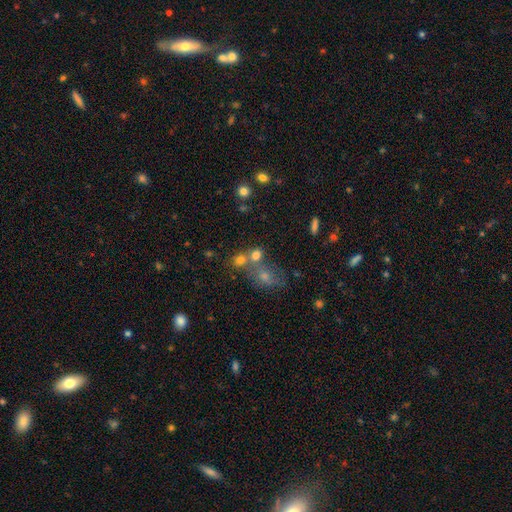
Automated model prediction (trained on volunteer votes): Q: Smooth or featured?
A: smooth (71%); runner-up: star or artifact (17%)
Q: How rounded?
A: round (69%); runner-up: in between (29%)
Q: Merging?
A: none (43%); runner-up: merger (42%)